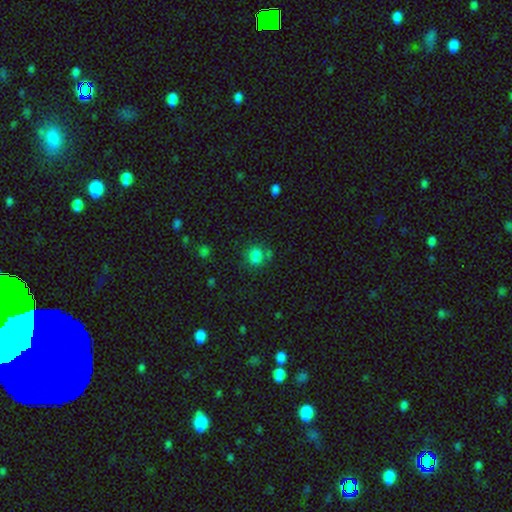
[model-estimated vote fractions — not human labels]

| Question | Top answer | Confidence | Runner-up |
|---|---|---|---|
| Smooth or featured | smooth | 82% | star or artifact (13%) |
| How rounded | round | 68% | in between (31%) |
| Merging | none | 68% | minor disturbance (16%) |